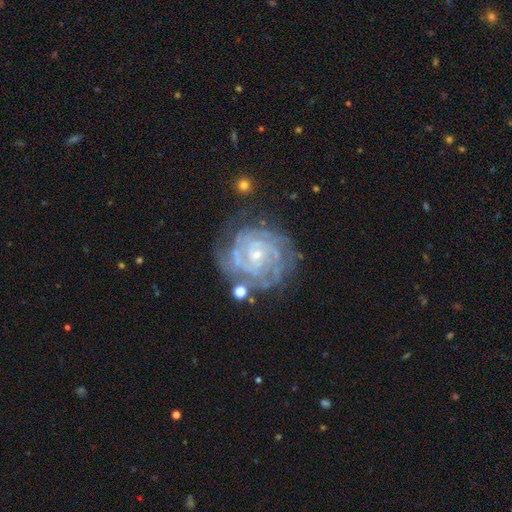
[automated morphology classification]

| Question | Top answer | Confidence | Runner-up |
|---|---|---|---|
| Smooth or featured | featured or disk | 89% | star or artifact (6%) |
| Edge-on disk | no | 98% | yes (2%) |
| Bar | no | 69% | weak (24%) |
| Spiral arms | yes | 97% | no (3%) |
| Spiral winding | tight | 79% | medium (18%) |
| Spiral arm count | can't tell | 25% | 3 (22%) |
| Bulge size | small | 79% | moderate (17%) |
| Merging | none | 70% | minor disturbance (19%) |